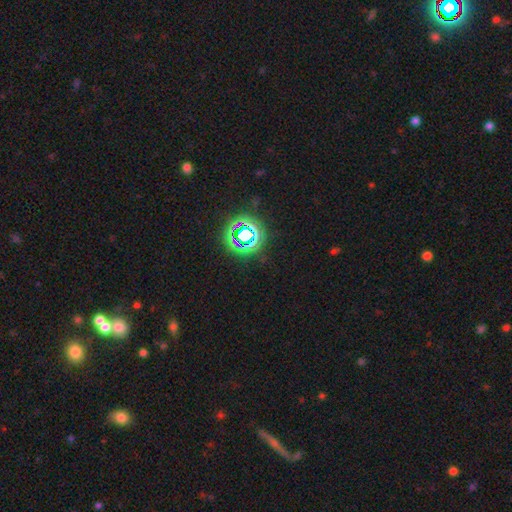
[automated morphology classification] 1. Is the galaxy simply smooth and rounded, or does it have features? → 71% star or artifact, 23% smooth, 6% featured or disk.